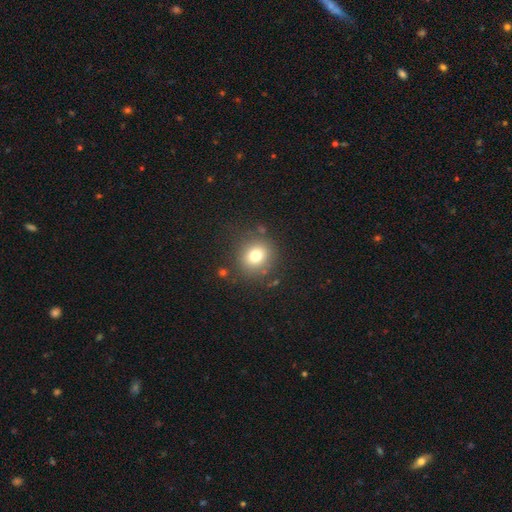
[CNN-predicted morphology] smooth 76%, star or artifact 13%, featured or disk 11%. Down the decision tree: how rounded — round (81%); merging — none (82%).